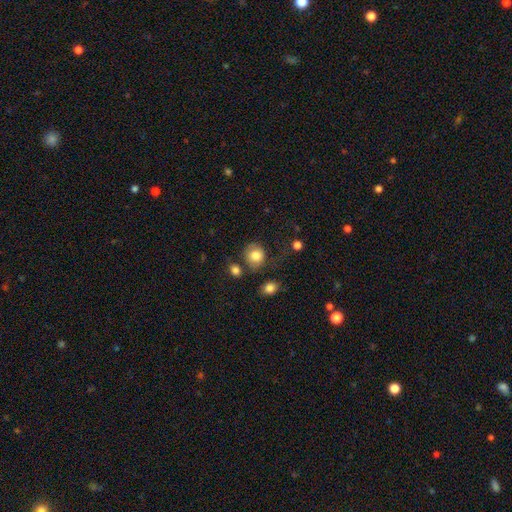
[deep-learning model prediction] Smooth or featured? Predicted: smooth (p=0.82). How rounded? Predicted: round (p=0.78). Merging? Predicted: none (p=0.63).